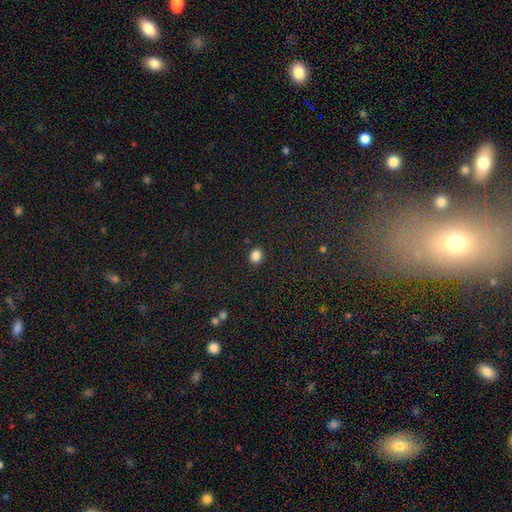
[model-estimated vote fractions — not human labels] Smooth or featured? Predicted: smooth (p=0.86). How rounded? Predicted: round (p=0.50). Merging? Predicted: none (p=0.89).